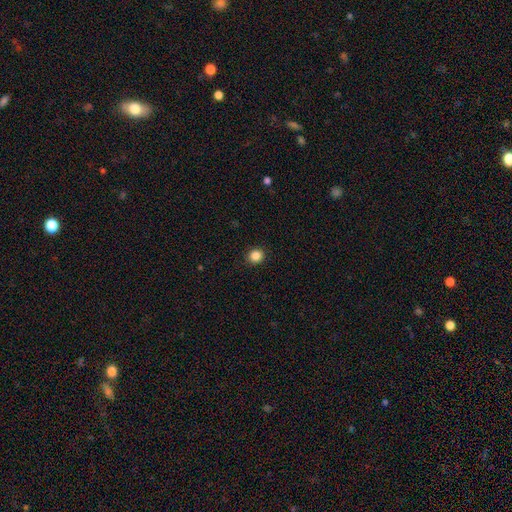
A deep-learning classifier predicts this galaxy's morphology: Overall: smooth (86%). How rounded: round (88%). Merging: none (91%).